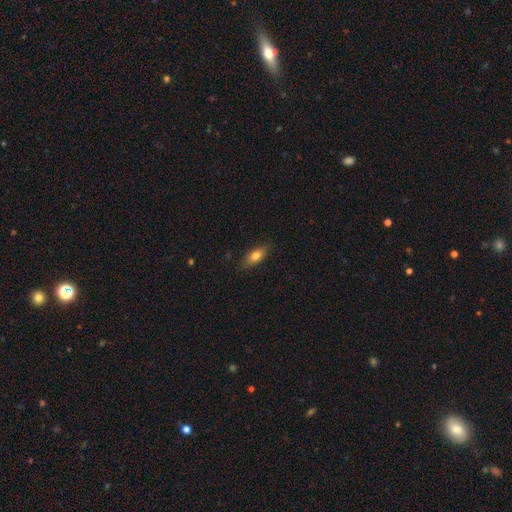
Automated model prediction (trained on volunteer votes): The model was most divided on "smooth or featured": smooth: 71%, featured or disk: 21%, star or artifact: 8%. More confident: merging — none (83%); how rounded — in between (73%).